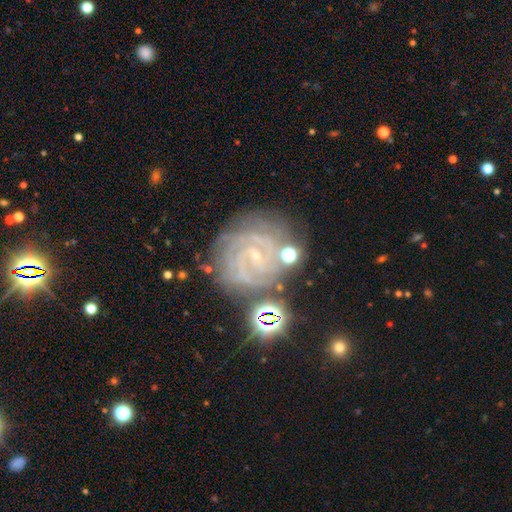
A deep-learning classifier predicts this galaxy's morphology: The model was most divided on "bar": no: 45%, weak: 39%, strong: 17%. Remaining: edge-on disk — no (97%); spiral arms — yes (95%); bulge size — small (83%); smooth or featured — featured or disk (77%); spiral winding — tight (74%); merging — none (69%); spiral arm count — can't tell (28%).